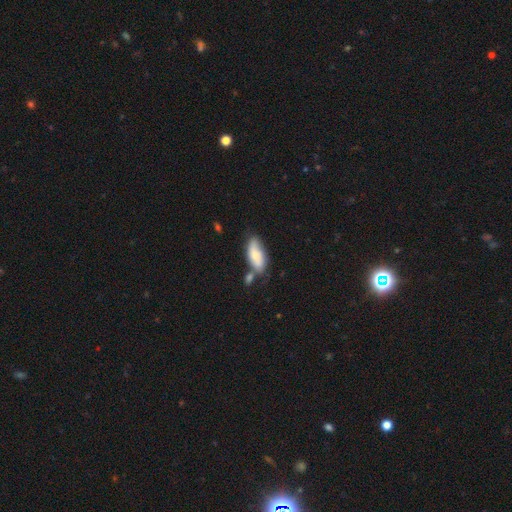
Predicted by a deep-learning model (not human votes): This is likely a smooth galaxy (68%). How rounded: clearly in between (81%). Merging: possibly none (49%).